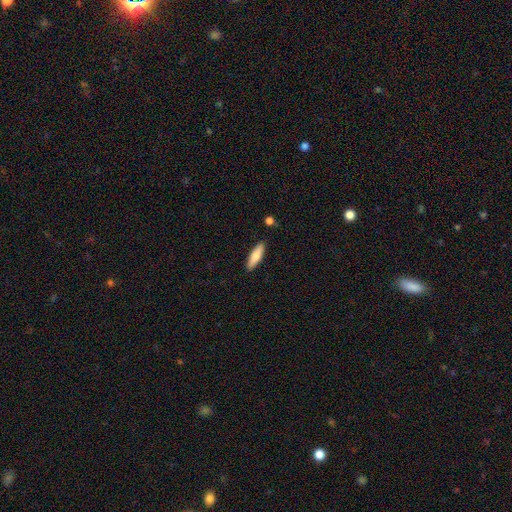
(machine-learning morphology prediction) This is likely a smooth galaxy (74%). How rounded: likely cigar-shaped (63%). Merging: clearly none (88%).